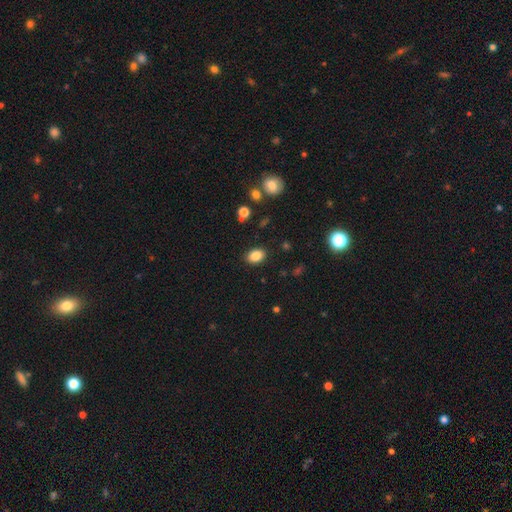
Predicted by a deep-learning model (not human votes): Morphology: type=smooth (85%); roundness=in between (80%); merging=none (88%).